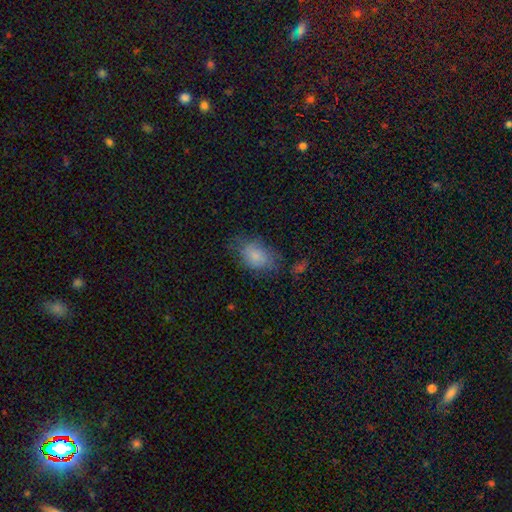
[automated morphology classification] This appears to be a smooth galaxy with no disk features (81%) that is in between round and cigar-shaped (83%). Merging: none (56%).